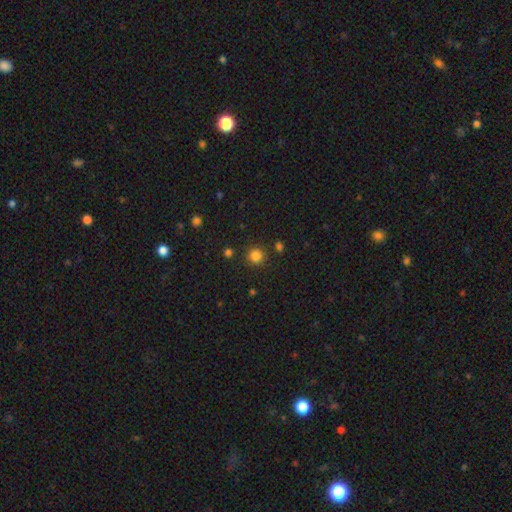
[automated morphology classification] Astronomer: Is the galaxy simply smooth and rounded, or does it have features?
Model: smooth — 82%.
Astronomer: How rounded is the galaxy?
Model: round — 92%.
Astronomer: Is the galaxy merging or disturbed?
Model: none — 87%.